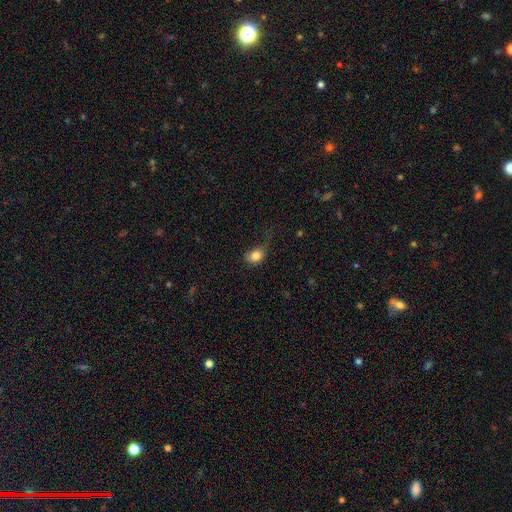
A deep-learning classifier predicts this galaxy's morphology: smooth-or-featured: smooth: 83% | star or artifact: 9% | featured or disk: 8%
  how-rounded: in between: 64% | round: 34% | cigar-shaped: 1%
  merging: none: 44% | minor disturbance: 33% | major disturbance: 20% | merger: 2%